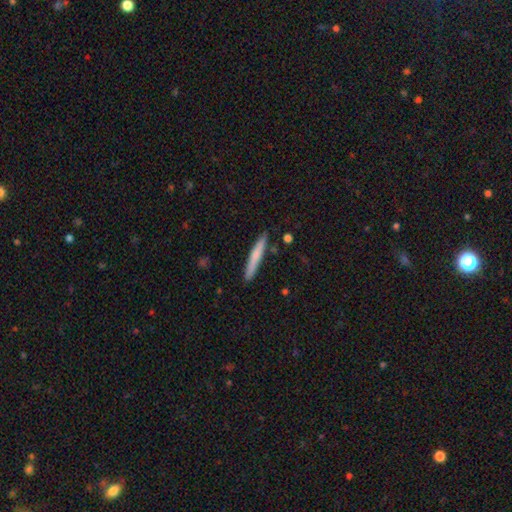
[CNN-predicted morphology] Overall: smooth (67%; featured or disk 28%). How rounded: cigar-shaped (95%). Merging: none (86%).